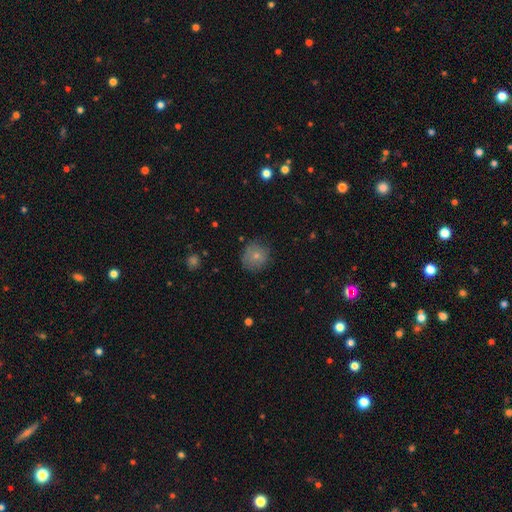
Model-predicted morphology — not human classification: This is likely a smooth galaxy (76%). How rounded: clearly round (89%). Merging: likely none (76%).